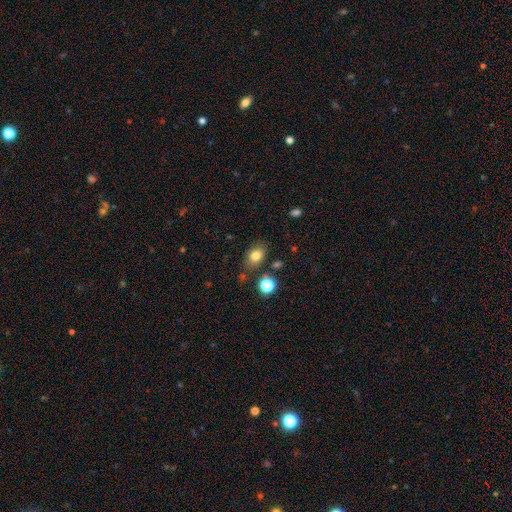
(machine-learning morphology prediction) This is likely a smooth galaxy (79%). How rounded: likely in between (74%). Merging: likely none (77%).